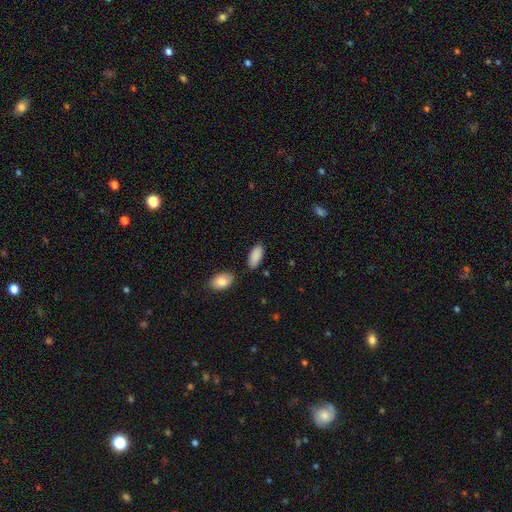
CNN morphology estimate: Overall: smooth (89%). How rounded: in between (90%). Merging: none (82%).